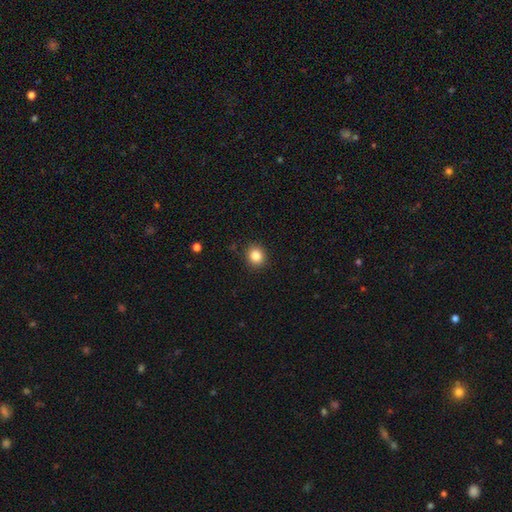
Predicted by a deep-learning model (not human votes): Overall: smooth (85%). How rounded: round (80%). Merging: none (90%).